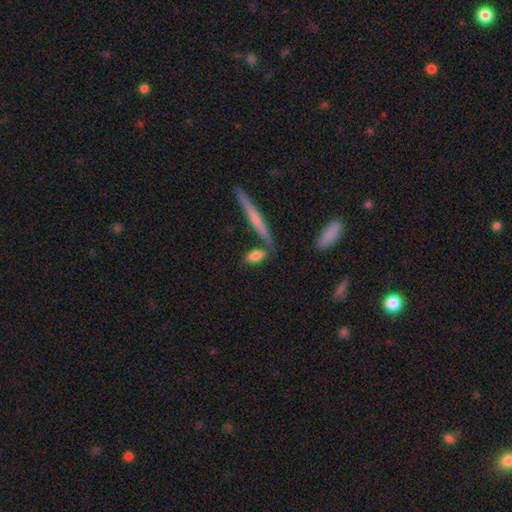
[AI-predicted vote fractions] smooth-or-featured: smooth: 78% | featured or disk: 15% | star or artifact: 6%
  how-rounded: in between: 66% | cigar-shaped: 30% | round: 4%
  merging: none: 68% | minor disturbance: 14% | merger: 14% | major disturbance: 4%